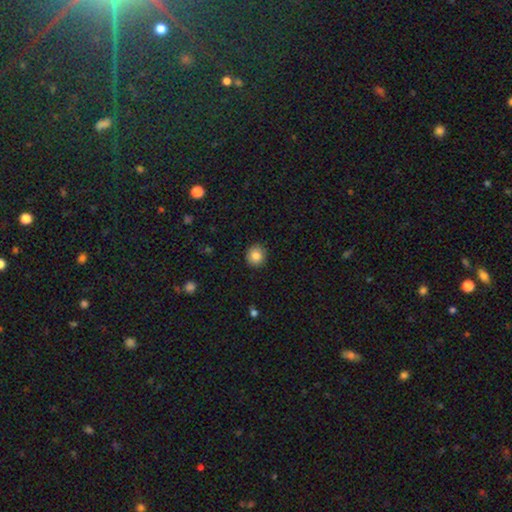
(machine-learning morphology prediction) A smooth galaxy with no disk features (85%) that is round (90%). Merging: none (91%).